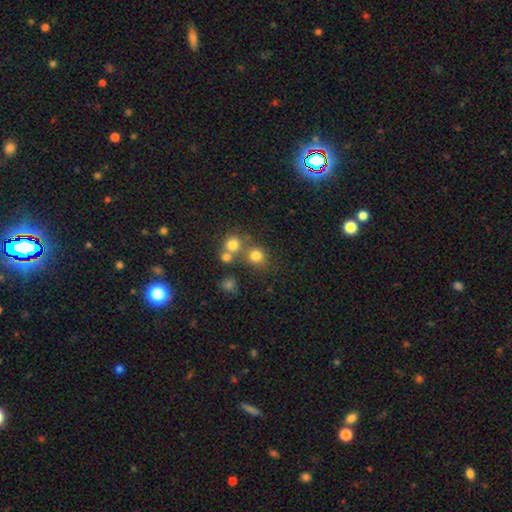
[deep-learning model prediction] smooth 76%, star or artifact 16%, featured or disk 9%. Down the decision tree: how rounded — round (86%); merging — none (61%).